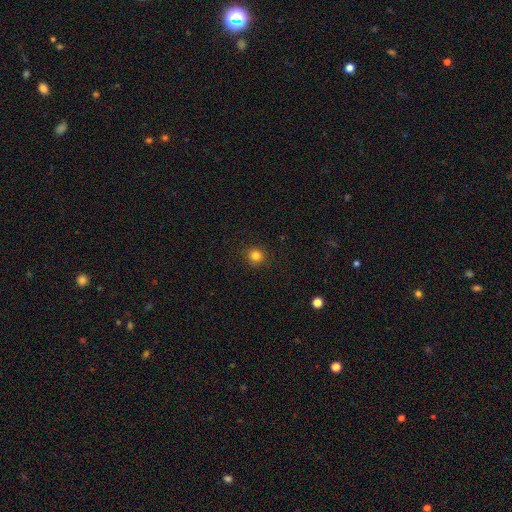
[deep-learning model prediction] smooth-or-featured: smooth: 82% | star or artifact: 13% | featured or disk: 5%
  how-rounded: round: 91% | in between: 8% | cigar-shaped: 1%
  merging: none: 91% | minor disturbance: 6% | major disturbance: 2% | merger: 1%